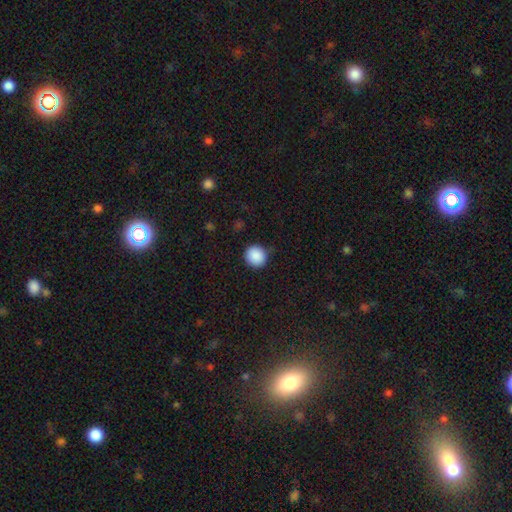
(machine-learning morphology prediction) Q: Smooth or featured?
A: smooth (89%); runner-up: star or artifact (8%)
Q: How rounded?
A: round (92%); runner-up: in between (7%)
Q: Merging?
A: none (88%); runner-up: minor disturbance (8%)